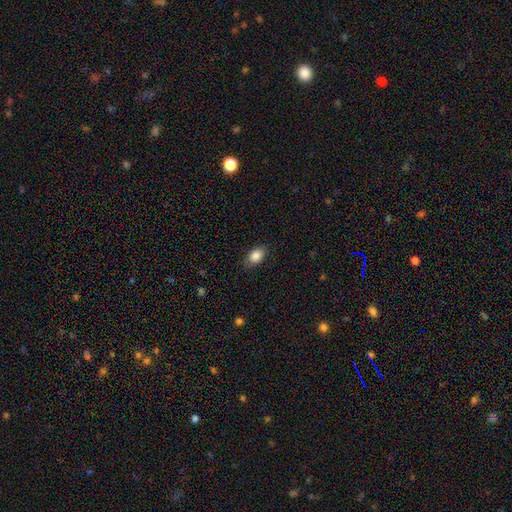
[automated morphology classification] Smooth or featured?
  - smooth: 87% *
  - star or artifact: 8%
  - featured or disk: 6%
How rounded?
  - in between: 86% *
  - round: 13%
  - cigar-shaped: 2%
Merging?
  - none: 84% *
  - minor disturbance: 12%
  - major disturbance: 3%
  - merger: 1%